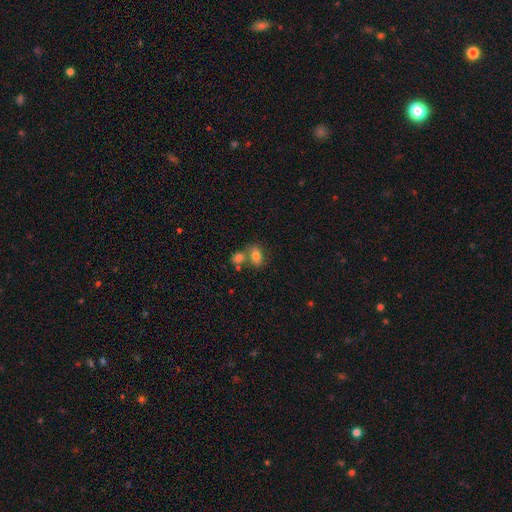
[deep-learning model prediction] A smooth galaxy with no disk features (78%) that is in between round and cigar-shaped (77%).

Vote fractions:
- Smooth or featured? smooth: 78% / featured or disk: 12% / star or artifact: 11%
- How rounded? in between: 77% / round: 21% / cigar-shaped: 2%
- Merging? none: 48% / merger: 37% / minor disturbance: 11% / major disturbance: 4%